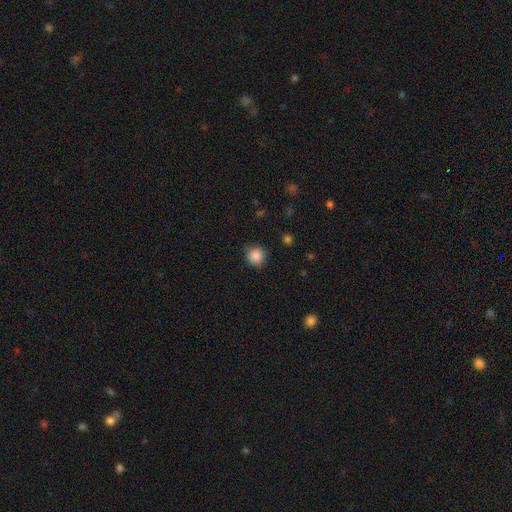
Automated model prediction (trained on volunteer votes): A smooth galaxy with no disk features (87%) that is round (93%).

Vote fractions:
- Smooth or featured? smooth: 87% / star or artifact: 9% / featured or disk: 4%
- How rounded? round: 93% / in between: 6% / cigar-shaped: 1%
- Merging? none: 83% / minor disturbance: 13% / major disturbance: 3% / merger: 1%